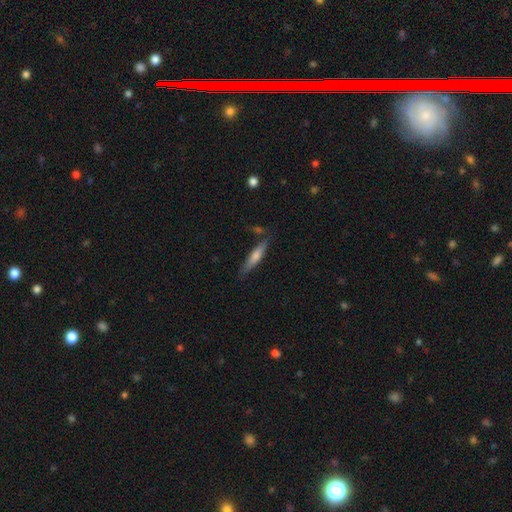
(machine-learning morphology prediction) type=smooth (49%); merging=none (81%).